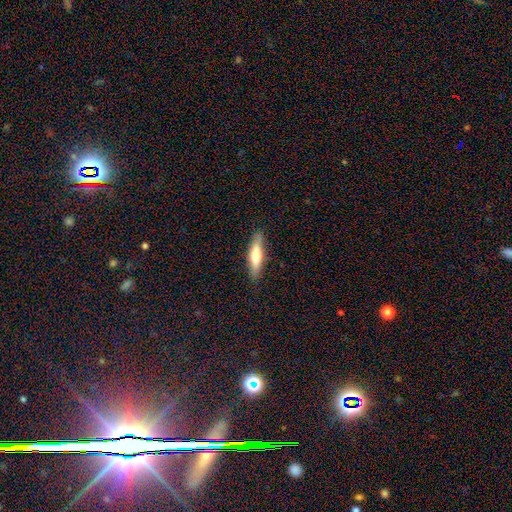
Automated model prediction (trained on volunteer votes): smooth-or-featured: smooth: 62% | featured or disk: 32% | star or artifact: 6%
  how-rounded: cigar-shaped: 74% | in between: 24% | round: 1%
  merging: none: 84% | minor disturbance: 12% | major disturbance: 2% | merger: 1%